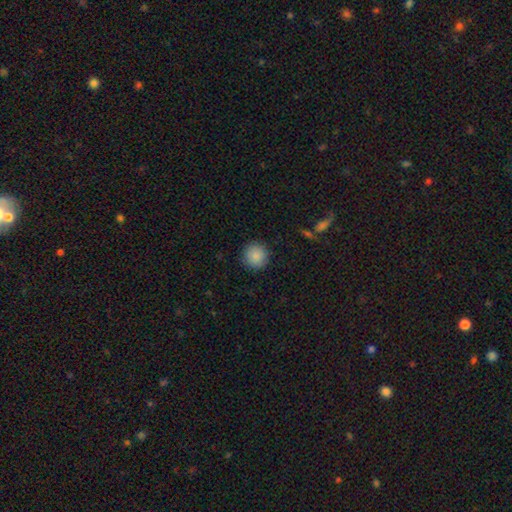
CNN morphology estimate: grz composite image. It shows a smooth galaxy with no disk features (88%) that is round (94%). Merging: none (91%).